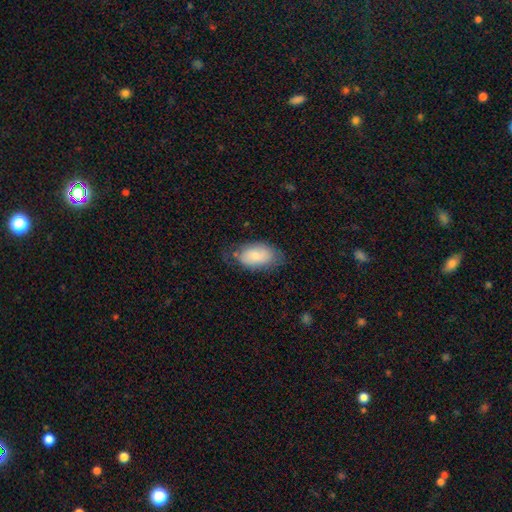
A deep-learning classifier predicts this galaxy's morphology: A smooth galaxy with no disk features (79%) that is in between round and cigar-shaped (94%).

Vote fractions:
- Smooth or featured? smooth: 79% / featured or disk: 15% / star or artifact: 7%
- How rounded? in between: 94% / round: 5% / cigar-shaped: 2%
- Merging? none: 61% / minor disturbance: 27% / major disturbance: 10% / merger: 2%